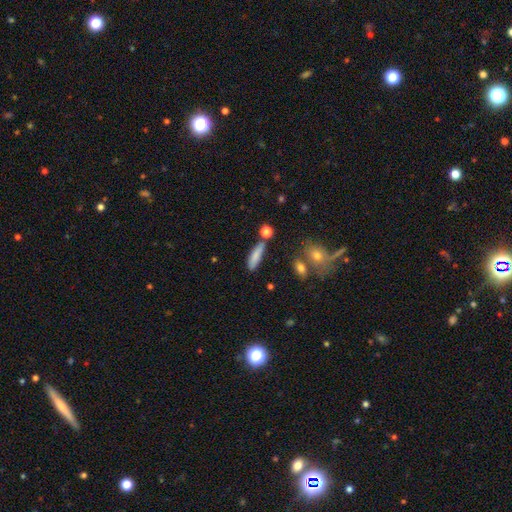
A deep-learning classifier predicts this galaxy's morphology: A smooth galaxy with no disk features (79%) that is cigar-shaped (72%).

Vote fractions:
- Smooth or featured? smooth: 79% / featured or disk: 13% / star or artifact: 8%
- How rounded? cigar-shaped: 72% / in between: 25% / round: 3%
- Merging? none: 71% / minor disturbance: 16% / merger: 8% / major disturbance: 4%